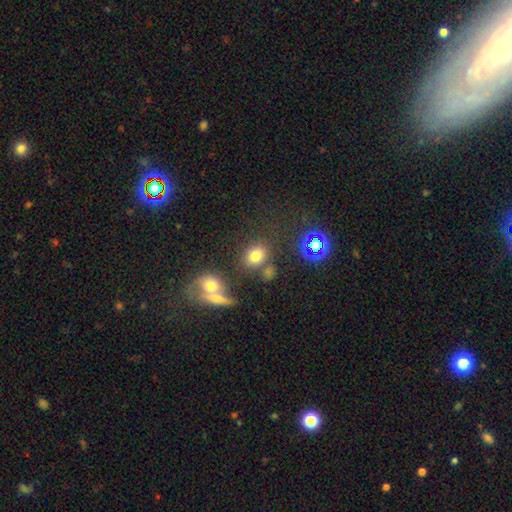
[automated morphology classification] smooth 72%, star or artifact 17%, featured or disk 11%. Down the decision tree: how rounded — round (51%); merging — none (69%).